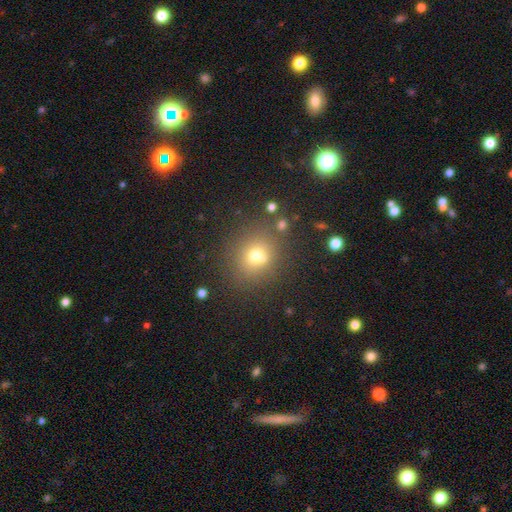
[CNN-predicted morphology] smooth-or-featured: smooth: 66% | star or artifact: 18% | featured or disk: 15%
  how-rounded: round: 82% | in between: 18% | cigar-shaped: 1%
  merging: none: 64% | merger: 20% | minor disturbance: 11% | major disturbance: 5%